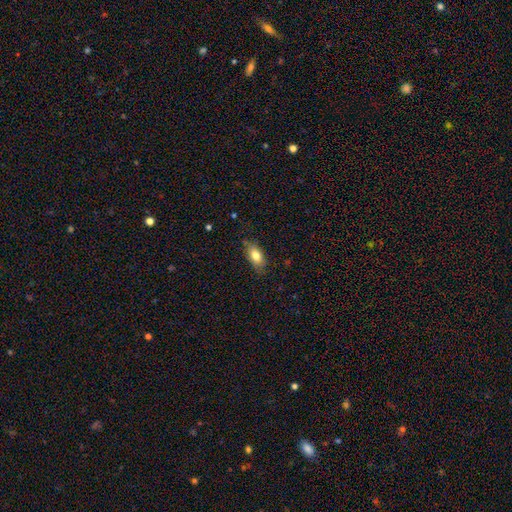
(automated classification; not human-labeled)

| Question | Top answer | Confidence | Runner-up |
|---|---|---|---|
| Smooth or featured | smooth | 78% | featured or disk (15%) |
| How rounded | in between | 87% | cigar-shaped (7%) |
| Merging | none | 77% | minor disturbance (18%) |